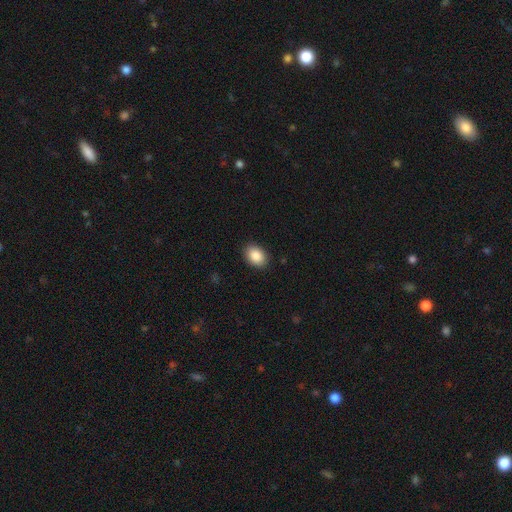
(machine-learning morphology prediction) type=smooth (89%); roundness=in between (80%); merging=none (88%).